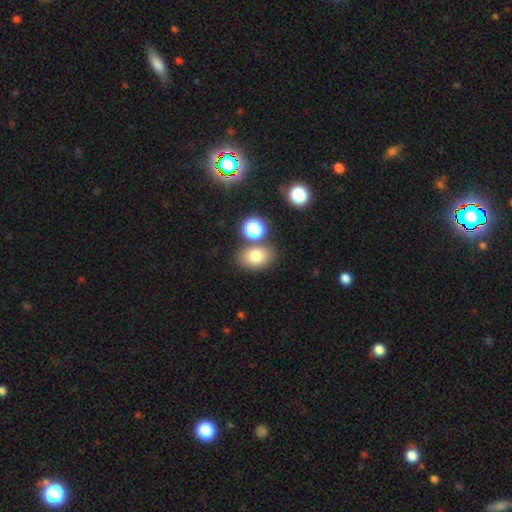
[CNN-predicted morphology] A smooth galaxy with no disk features (77%) that is in between round and cigar-shaped (72%).

Vote fractions:
- Smooth or featured? smooth: 77% / star or artifact: 13% / featured or disk: 10%
- How rounded? in between: 72% / round: 26% / cigar-shaped: 1%
- Merging? none: 74% / merger: 12% / minor disturbance: 11% / major disturbance: 4%